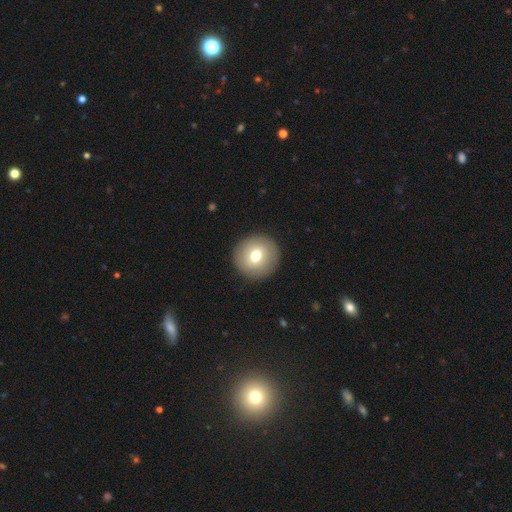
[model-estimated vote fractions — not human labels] The model was most divided on "smooth or featured": smooth: 72%, featured or disk: 20%, star or artifact: 8%. More confident: how rounded — round (94%); merging — none (91%).